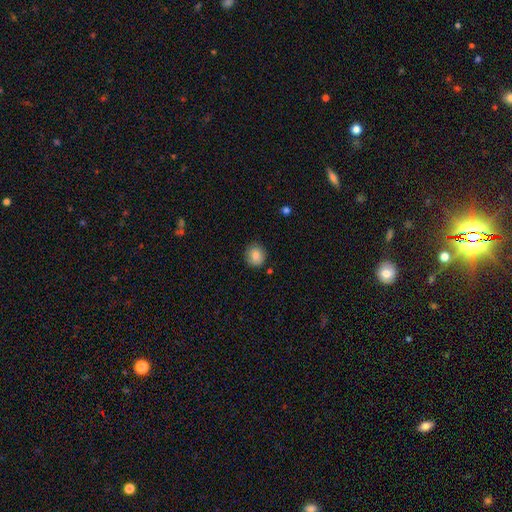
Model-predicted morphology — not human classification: This is clearly a smooth galaxy (85%). How rounded: clearly round (86%). Merging: clearly none (85%).